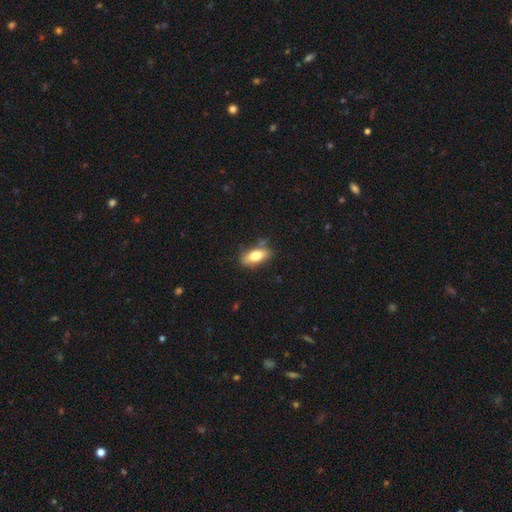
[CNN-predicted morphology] The model was most divided on "smooth or featured": smooth: 73%, featured or disk: 20%, star or artifact: 7%. More confident: how rounded — in between (83%); merging — none (73%).